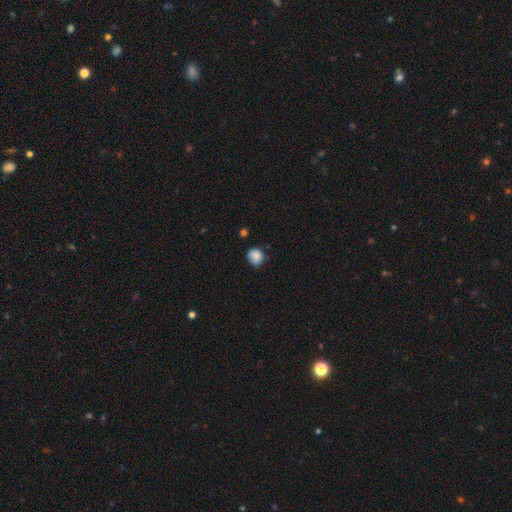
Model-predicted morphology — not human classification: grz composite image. It shows a smooth galaxy with no disk features (85%) that is round (81%). Merging: none (65%).